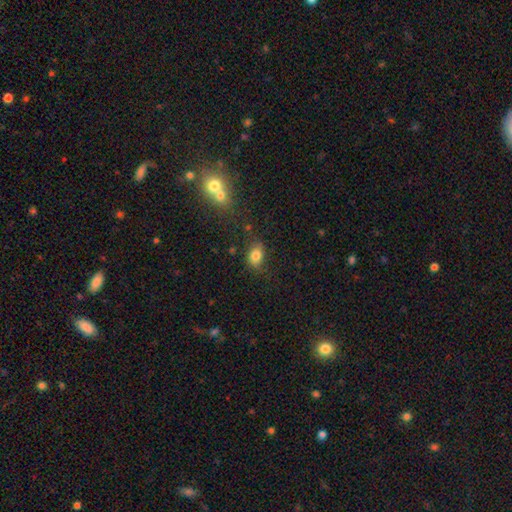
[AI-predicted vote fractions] Smooth or featured?
  - smooth: 80% *
  - star or artifact: 11%
  - featured or disk: 8%
How rounded?
  - in between: 77% *
  - round: 21%
  - cigar-shaped: 2%
Merging?
  - none: 74% *
  - minor disturbance: 17%
  - major disturbance: 5%
  - merger: 4%